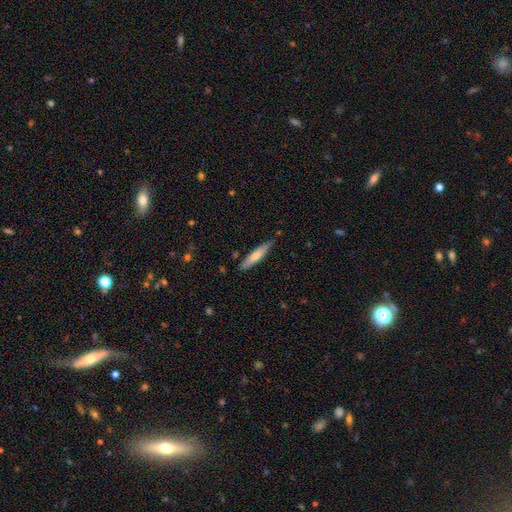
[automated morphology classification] smooth-or-featured: smooth: 61% | featured or disk: 34% | star or artifact: 6%
  how-rounded: cigar-shaped: 86% | in between: 12% | round: 1%
  merging: none: 84% | minor disturbance: 13% | major disturbance: 2% | merger: 2%